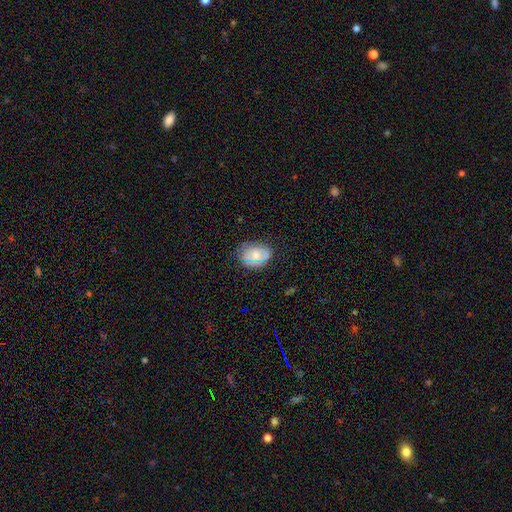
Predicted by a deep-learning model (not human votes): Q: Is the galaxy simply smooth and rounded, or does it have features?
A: smooth — 66%.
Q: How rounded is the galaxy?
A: in between — 73%.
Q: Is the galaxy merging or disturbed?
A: none — 67%.